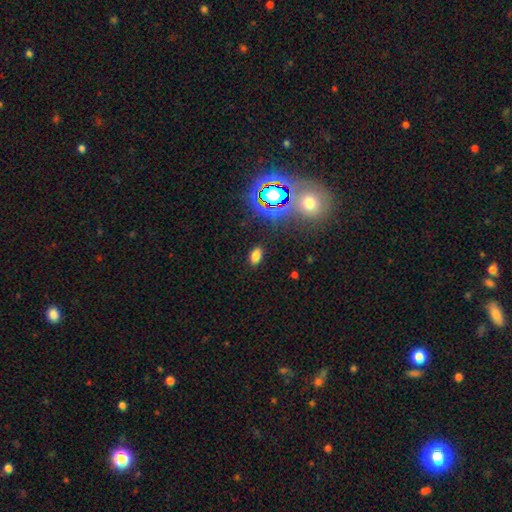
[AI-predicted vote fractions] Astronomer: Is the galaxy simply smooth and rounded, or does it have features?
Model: smooth — 72%.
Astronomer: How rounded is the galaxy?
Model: in between — 89%.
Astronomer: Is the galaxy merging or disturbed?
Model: none — 86%.